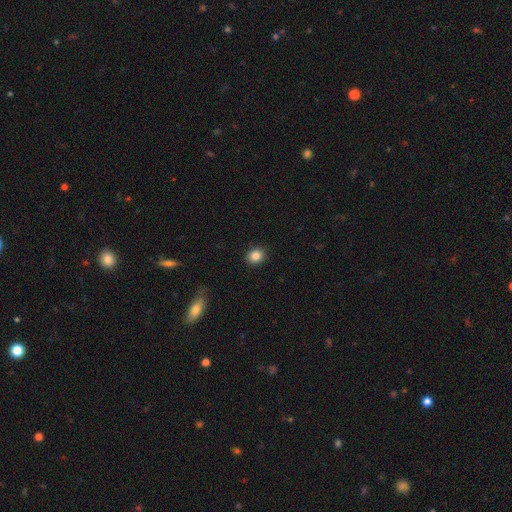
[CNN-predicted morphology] A smooth galaxy with no disk features (86%) that is round (60%). Merging: none (90%).